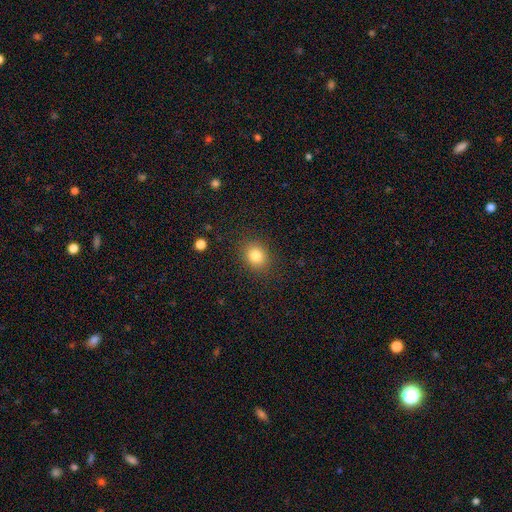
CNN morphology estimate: Smooth or featured? Predicted: smooth (p=0.82). How rounded? Predicted: round (p=0.64). Merging? Predicted: none (p=0.87).